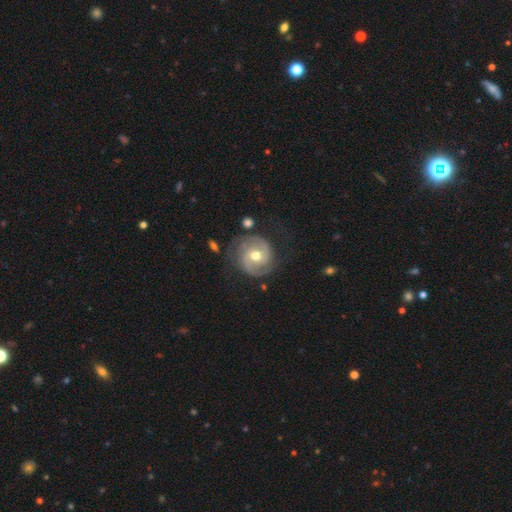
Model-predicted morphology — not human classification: A featured or disk galaxy (80%) with no bar (57%), 2 (81%) tight (44%) spiral arms (92%) and a moderate central bulge (79%). Merging: none (70%).